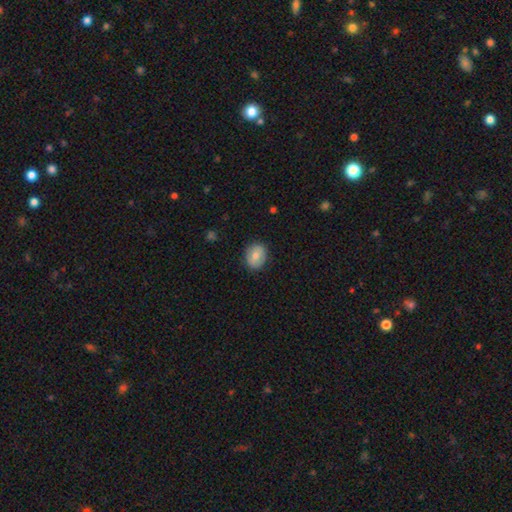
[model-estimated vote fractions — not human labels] This appears to be a smooth galaxy with no disk features (69%) that is in between round and cigar-shaped (51%). Merging: none (86%).